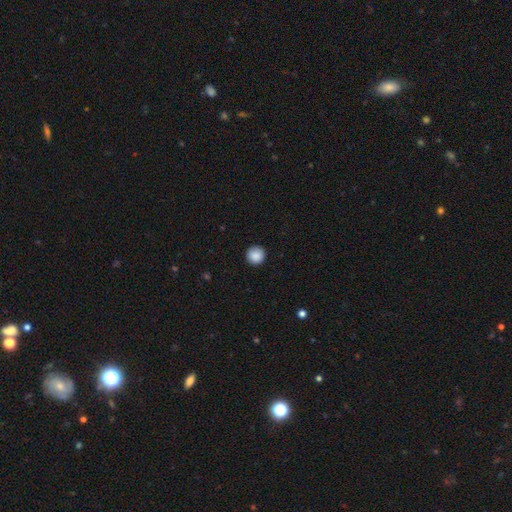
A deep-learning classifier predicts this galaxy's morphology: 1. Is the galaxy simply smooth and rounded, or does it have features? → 88% smooth, 9% star or artifact, 3% featured or disk.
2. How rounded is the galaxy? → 96% round, 3% in between, 1% cigar-shaped.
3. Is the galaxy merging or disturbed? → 92% none, 6% minor disturbance, 2% major disturbance, 1% merger.